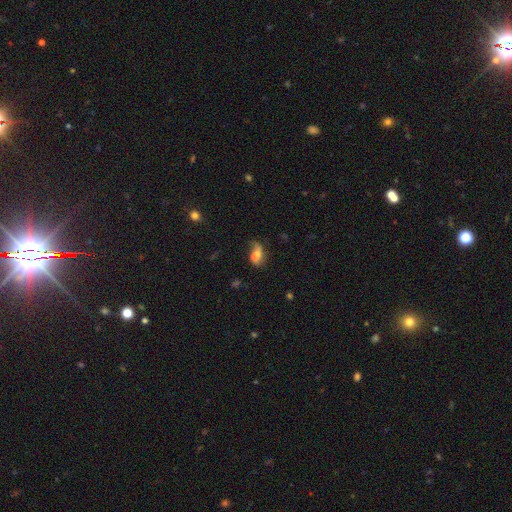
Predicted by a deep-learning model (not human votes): smooth_or_featured: smooth (p=0.52) [alt: featured or disk p=0.35]
how_rounded: in between (p=0.80) [alt: round p=0.13]
merging: none (p=0.31) [alt: major disturbance p=0.25]